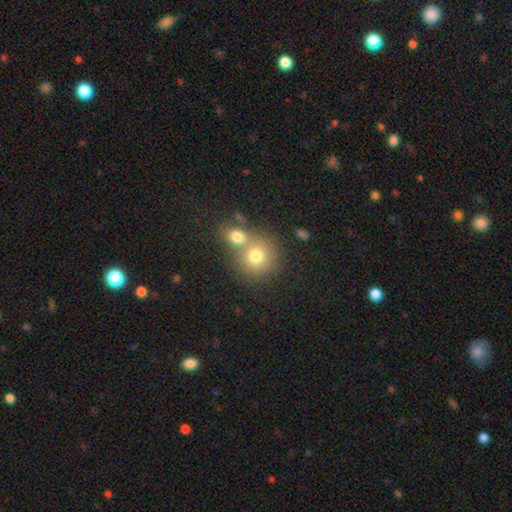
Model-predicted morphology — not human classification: smooth-or-featured: smooth: 75% | featured or disk: 13% | star or artifact: 12%
  how-rounded: round: 85% | in between: 14% | cigar-shaped: 1%
  merging: none: 45% (tied) | merger: 45% (tied) | minor disturbance: 7% | major disturbance: 3%